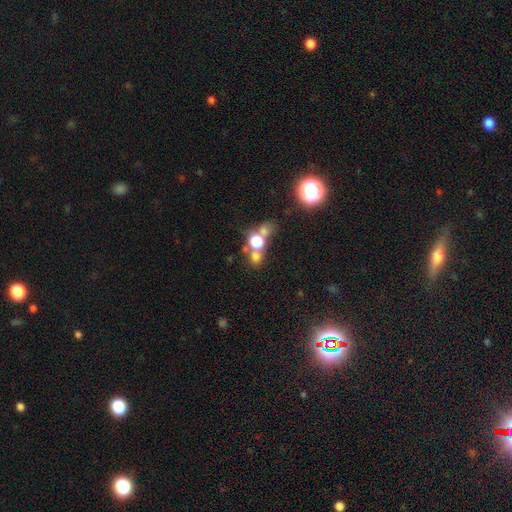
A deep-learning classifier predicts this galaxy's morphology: Overall: smooth (61%; star or artifact 25%). How rounded: round (76%). Merging: none (46%; merger 40%).